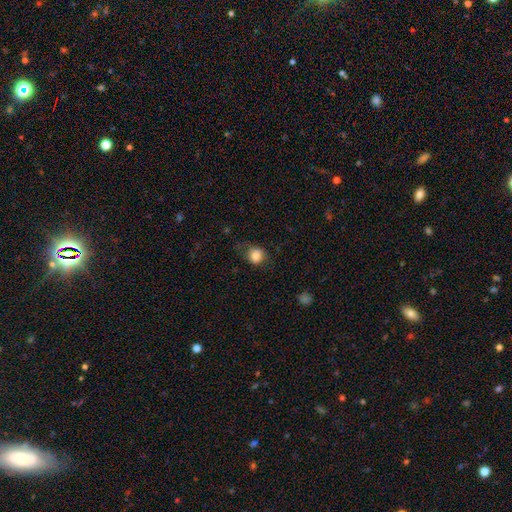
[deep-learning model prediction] Smooth or featured: smooth — 82% (star or artifact — 9%)
How rounded: round — 70% (in between — 29%)
Merging: none — 60% (minor disturbance — 26%)